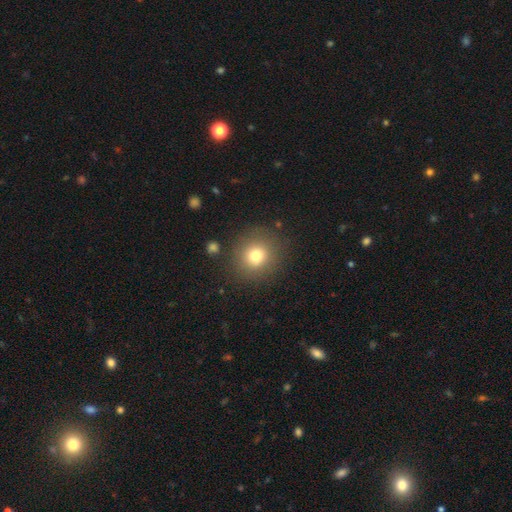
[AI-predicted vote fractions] smooth_or_featured: smooth (p=0.76) [alt: star or artifact p=0.13]
how_rounded: round (p=0.89) [alt: in between p=0.10]
merging: none (p=0.85) [alt: minor disturbance p=0.09]